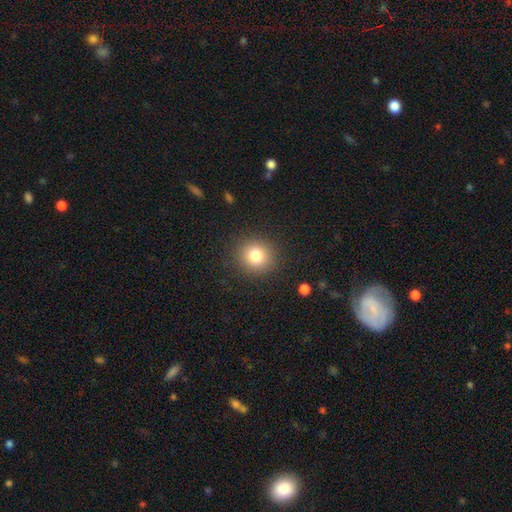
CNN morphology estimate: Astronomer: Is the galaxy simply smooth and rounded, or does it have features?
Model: smooth — 79%.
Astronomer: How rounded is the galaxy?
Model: round — 86%.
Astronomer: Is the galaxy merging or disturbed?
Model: none — 89%.